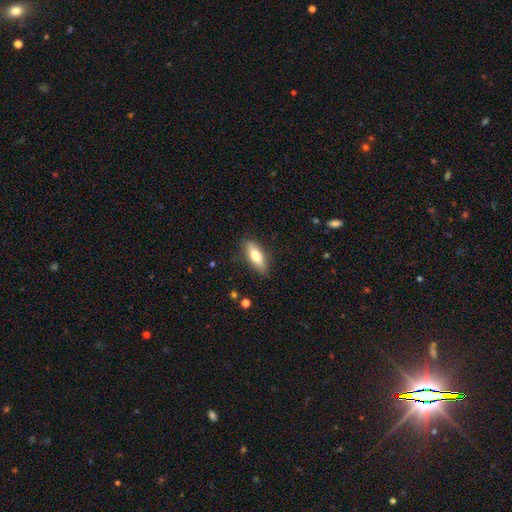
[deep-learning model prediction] Q: Smooth or featured?
A: smooth (73%); runner-up: featured or disk (20%)
Q: How rounded?
A: in between (67%); runner-up: cigar-shaped (31%)
Q: Merging?
A: none (86%); runner-up: minor disturbance (11%)